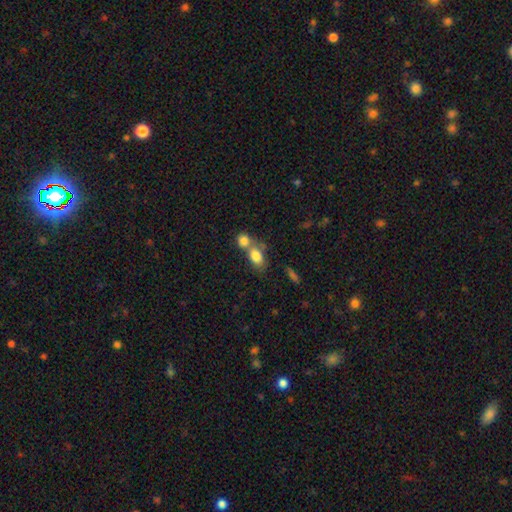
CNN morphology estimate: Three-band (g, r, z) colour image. It shows a smooth galaxy with no disk features (81%) that is in between round and cigar-shaped (76%). Merging: merger (54%).